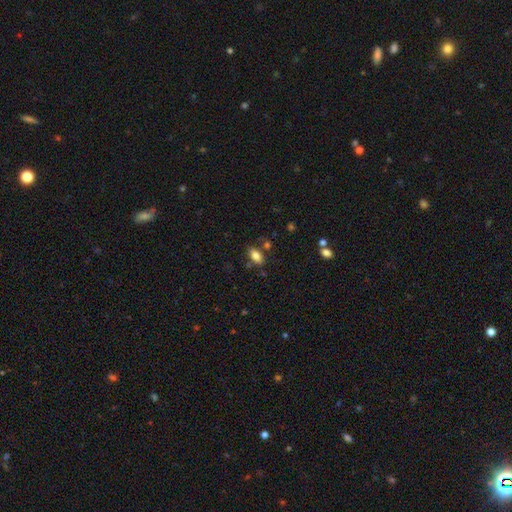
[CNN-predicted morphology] Smooth or featured: smooth — 81% (featured or disk — 9%)
How rounded: in between — 90% (round — 6%)
Merging: none — 75% (minor disturbance — 14%)